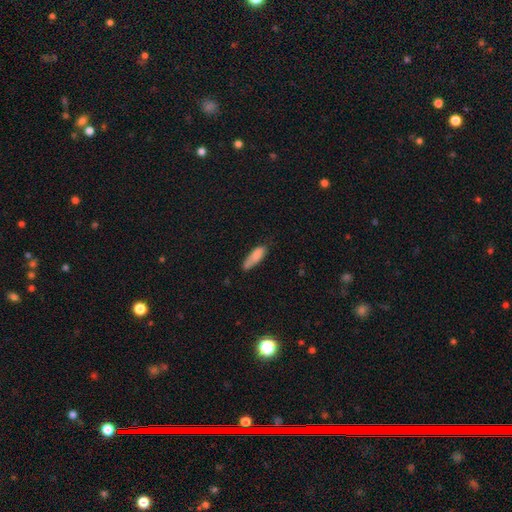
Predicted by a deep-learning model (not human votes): A smooth galaxy with no disk features (84%) that is in between round and cigar-shaped (52%). Merging: none (56%).